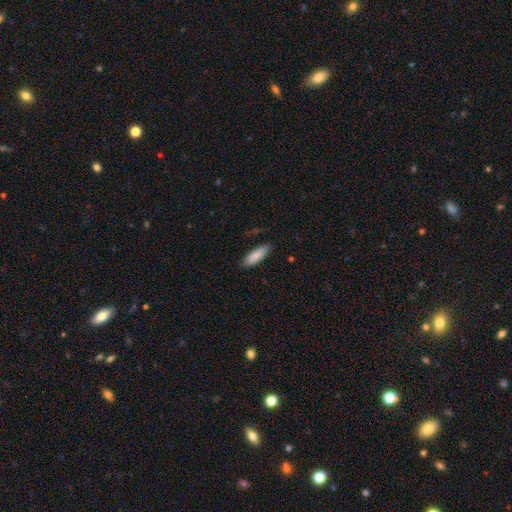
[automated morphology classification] This appears to be a smooth galaxy with no disk features (88%) that is in between round and cigar-shaped (56%). Merging: none (84%).